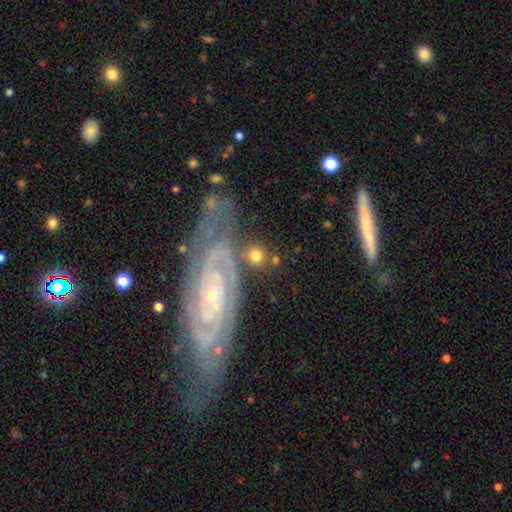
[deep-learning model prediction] Smooth or featured?
  - smooth: 65% *
  - featured or disk: 25%
  - star or artifact: 9%
How rounded?
  - round: 82% *
  - in between: 16%
  - cigar-shaped: 2%
Merging?
  - none: 72% *
  - minor disturbance: 12%
  - merger: 10%
  - major disturbance: 5%